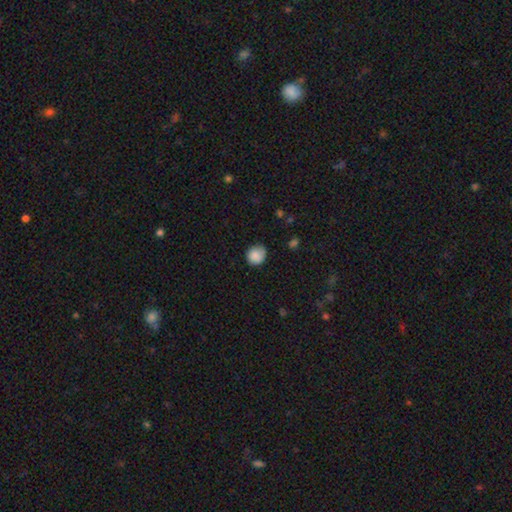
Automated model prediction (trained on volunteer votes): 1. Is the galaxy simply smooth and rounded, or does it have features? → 85% smooth, 8% star or artifact, 7% featured or disk.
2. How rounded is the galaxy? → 80% round, 19% in between, 1% cigar-shaped.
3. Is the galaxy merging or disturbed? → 73% none, 21% minor disturbance, 4% major disturbance, 1% merger.